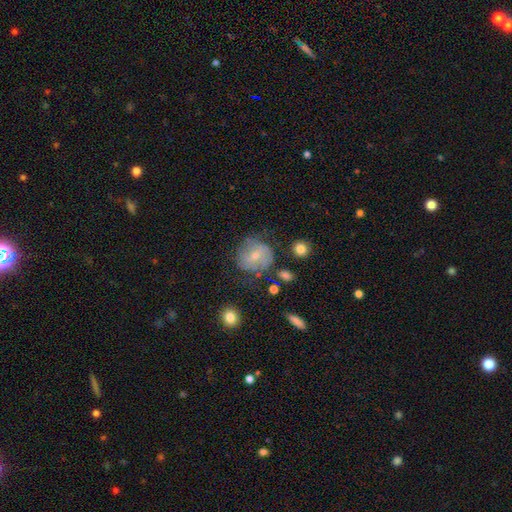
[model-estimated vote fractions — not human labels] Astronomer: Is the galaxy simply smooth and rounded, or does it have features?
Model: featured or disk — 47% (runner-up: smooth, 44%).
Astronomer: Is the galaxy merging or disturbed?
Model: none — 58%.